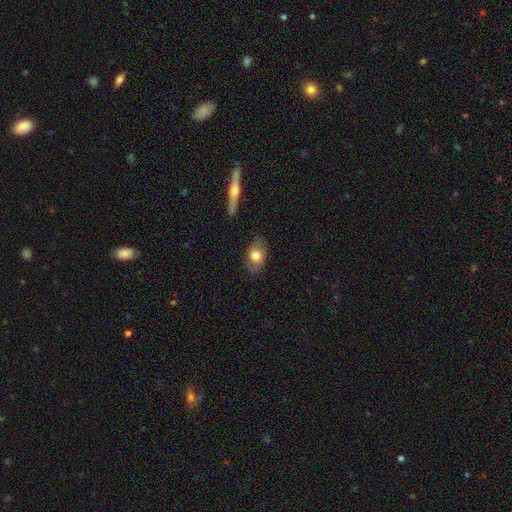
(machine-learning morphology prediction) This is likely a smooth galaxy (72%). How rounded: clearly in between (81%). Merging: likely none (78%).